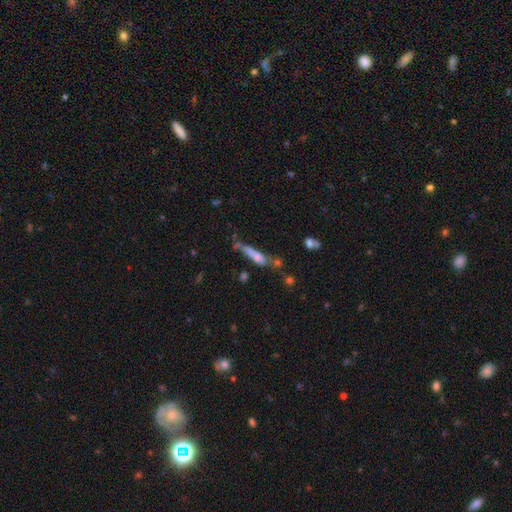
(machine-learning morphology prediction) A smooth galaxy with no disk features (61%) that is cigar-shaped (80%).

Vote fractions:
- Smooth or featured? smooth: 61% / featured or disk: 29% / star or artifact: 10%
- How rounded? cigar-shaped: 80% / in between: 18% / round: 3%
- Merging? none: 39% / minor disturbance: 23% / merger: 23% / major disturbance: 15%